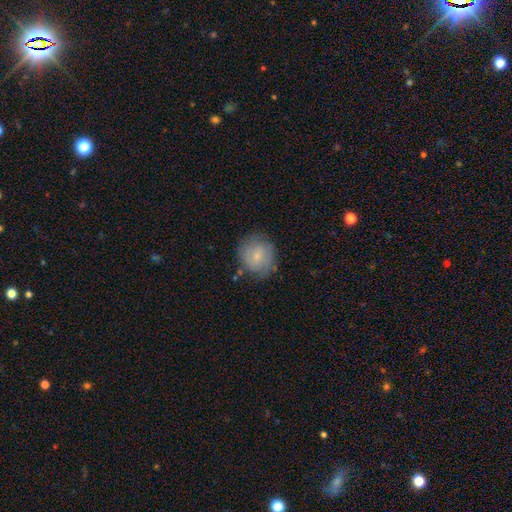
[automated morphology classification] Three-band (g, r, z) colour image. It shows a smooth galaxy with no disk features (52%) that is round (80%). Merging: none (73%).